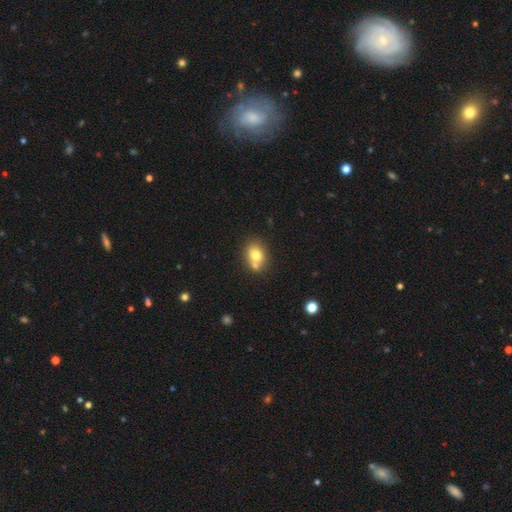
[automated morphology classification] smooth-or-featured: smooth: 74% | featured or disk: 15% | star or artifact: 10%
  how-rounded: in between: 53% | round: 46% | cigar-shaped: 1%
  merging: none: 56% | merger: 27% | minor disturbance: 13% | major disturbance: 4%